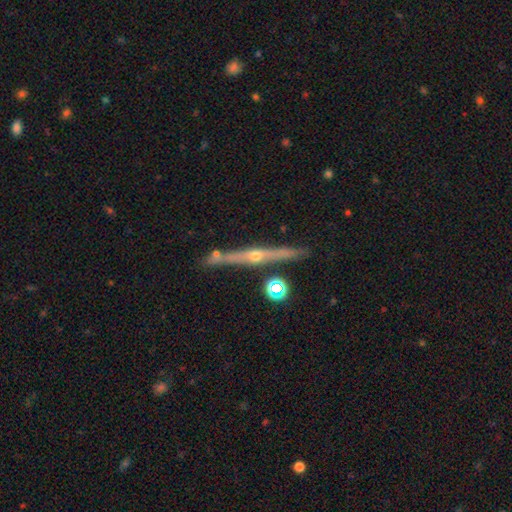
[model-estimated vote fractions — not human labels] Smooth or featured? featured or disk (78%)
Edge-on disk? yes (97%)
Edge-on bulge? rounded (91%)
Merging? none (84%)